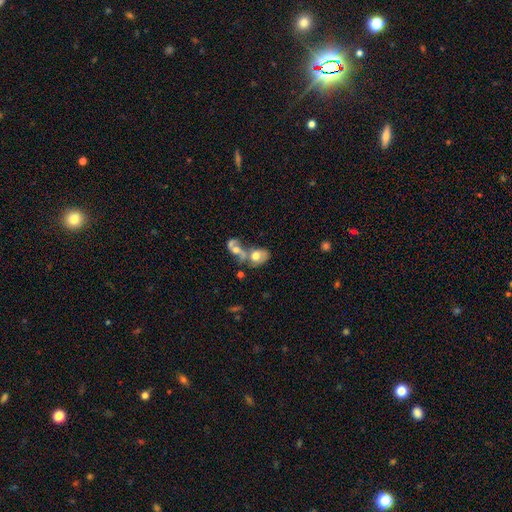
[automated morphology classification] A smooth galaxy with no disk features (53%) that is in between round and cigar-shaped (72%). Merging: merger (69%).